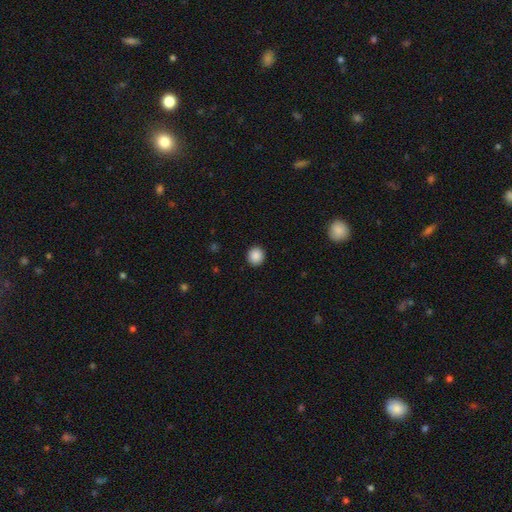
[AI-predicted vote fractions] smooth 88%, star or artifact 9%, featured or disk 2%. Down the decision tree: how rounded — round (91%); merging — none (92%).